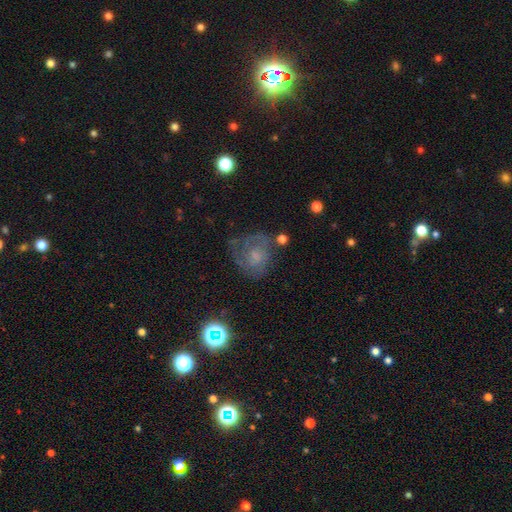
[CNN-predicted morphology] Overall: featured or disk (52%; smooth 32%). Edge-on disk: no (97%). Bar: no (74%). Spiral arms: yes (71%). Bulge size: small (45%; moderate 27%). Merging: none (54%; minor disturbance 23%).